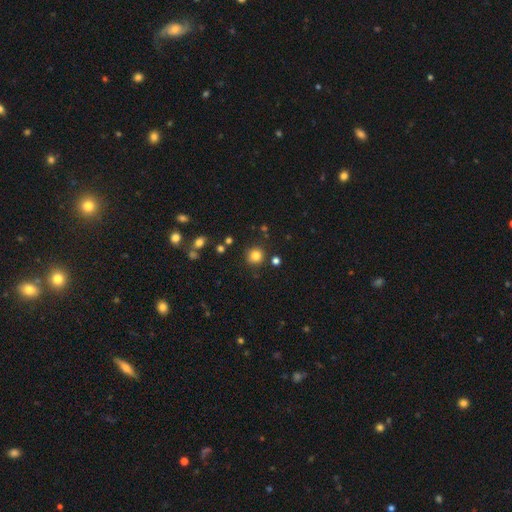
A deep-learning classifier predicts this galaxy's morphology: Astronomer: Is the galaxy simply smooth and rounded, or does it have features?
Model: smooth — 81%.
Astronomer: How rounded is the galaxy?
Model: round — 93%.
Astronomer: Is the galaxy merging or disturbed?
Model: none — 88%.